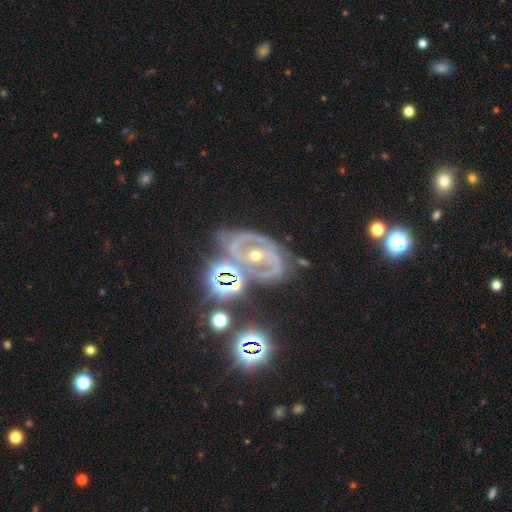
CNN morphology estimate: A featured or disk galaxy (79%) with no bar (41%), 2 (56%) tight (50%) spiral arms (87%) and a small central bulge (52%).

Vote fractions:
- Smooth or featured? featured or disk: 79% / star or artifact: 14% / smooth: 7%
- Edge-on disk? no: 96% / yes: 4%
- Bar? no: 41% / weak: 31% / strong: 28%
- Spiral arms? yes: 87% / no: 13%
- Spiral winding? tight: 50% / medium: 39% / loose: 11%
- Spiral arm count? 2: 56% / can't tell: 19% / 3: 12% / 1: 6% / 4: 3% / more than 4: 3%
- Bulge size? small: 52% / moderate: 44% / large: 2% / none: 1% / dominant: 1%
- Merging? none: 55% / minor disturbance: 22% / major disturbance: 15% / merger: 8%